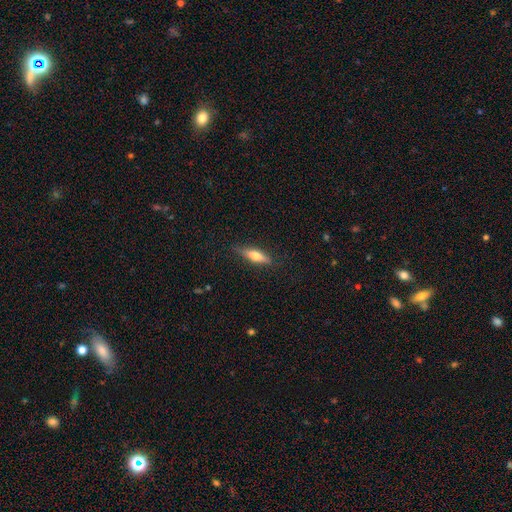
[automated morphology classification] smooth 61%, featured or disk 33%, star or artifact 6%. Down the decision tree: how rounded — cigar-shaped (62%); merging — none (83%).